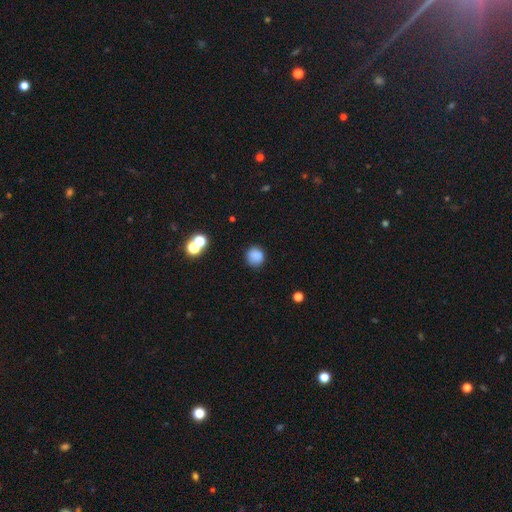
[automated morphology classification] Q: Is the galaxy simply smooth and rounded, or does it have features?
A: smooth — 83%.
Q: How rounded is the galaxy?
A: round — 87%.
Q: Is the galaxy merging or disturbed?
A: none — 81%.